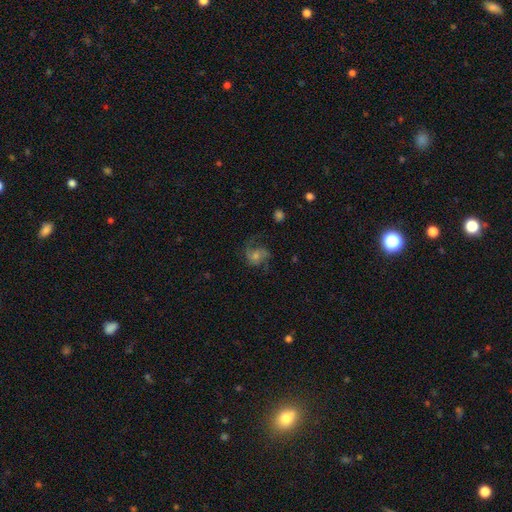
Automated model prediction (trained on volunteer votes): A featured or disk galaxy (69%) with no bar (70%), 2 (62%) medium (47%) spiral arms (92%) and a small central bulge (47%).

Vote fractions:
- Smooth or featured? featured or disk: 69% / smooth: 19% / star or artifact: 12%
- Edge-on disk? no: 97% / yes: 3%
- Bar? no: 70% / weak: 25% / strong: 5%
- Spiral arms? yes: 92% / no: 8%
- Spiral winding? medium: 47% / loose: 36% / tight: 17%
- Spiral arm count? 2: 62% / 1: 13% / can't tell: 11% / 3: 9% / 4: 2% / more than 4: 2%
- Bulge size? small: 47% / moderate: 43% / large: 5% / none: 4% / dominant: 2%
- Merging? none: 61% / minor disturbance: 19% / major disturbance: 19% / merger: 2%